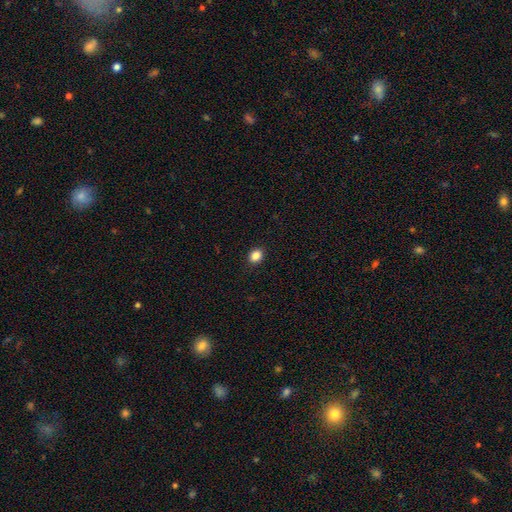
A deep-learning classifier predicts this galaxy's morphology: Smooth or featured?
  - smooth: 87% *
  - star or artifact: 10%
  - featured or disk: 3%
How rounded?
  - in between: 57% *
  - round: 42%
  - cigar-shaped: 1%
Merging?
  - none: 90% *
  - minor disturbance: 7%
  - major disturbance: 2%
  - merger: 1%